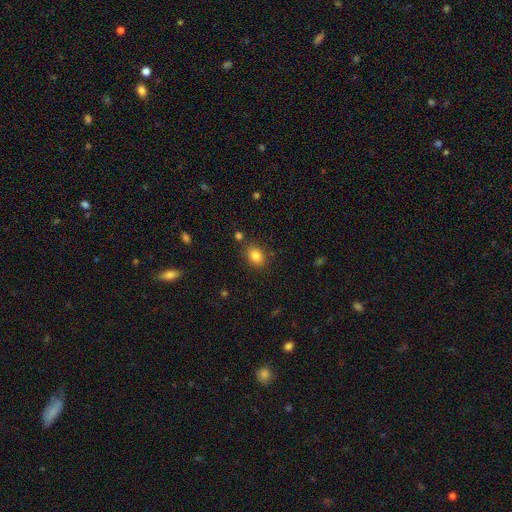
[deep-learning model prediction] smooth-or-featured: smooth: 83% | star or artifact: 11% | featured or disk: 7%
  how-rounded: in between: 63% | round: 36% | cigar-shaped: 1%
  merging: none: 80% | minor disturbance: 12% | merger: 5% | major disturbance: 3%